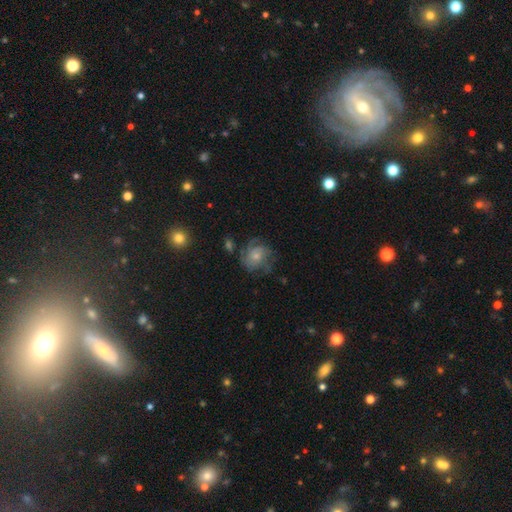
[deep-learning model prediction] Smooth or featured? featured or disk (72%)
Edge-on disk? no (98%)
Bar? no (77%)
Spiral arms? yes (91%)
Spiral winding? tight (49%)
Spiral arm count? can't tell (28%)
Bulge size? small (59%)
Merging? none (62%)